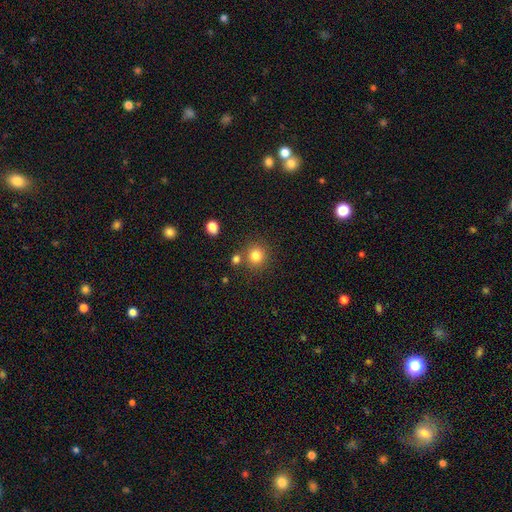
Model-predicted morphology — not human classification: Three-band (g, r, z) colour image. It shows a smooth galaxy with no disk features (82%) that is round (90%). Merging: none (77%).